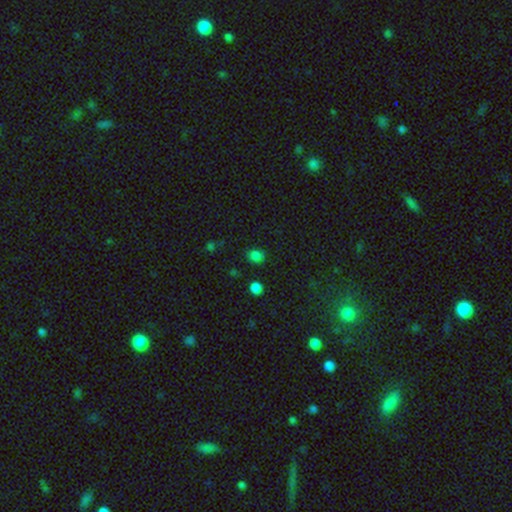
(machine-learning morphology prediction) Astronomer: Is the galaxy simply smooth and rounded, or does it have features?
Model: smooth — 79%.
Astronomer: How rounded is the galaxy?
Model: round — 75%.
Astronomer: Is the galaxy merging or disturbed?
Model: none — 84%.